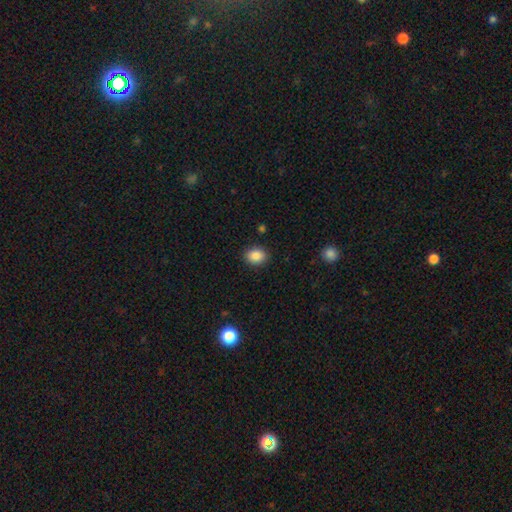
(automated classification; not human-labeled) Overall: smooth (87%). How rounded: in between (52%; round 47%). Merging: none (90%).